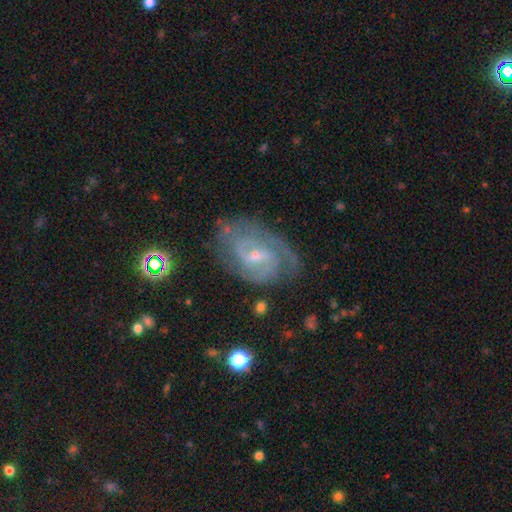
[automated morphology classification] type=featured or disk (85%); edge-on=no (97%); bar=weak (56%); spiral arms=yes (96%); winding=tight (45%, tied with medium); arm count=2 (59%); bulge=small (64%); merging=none (69%).